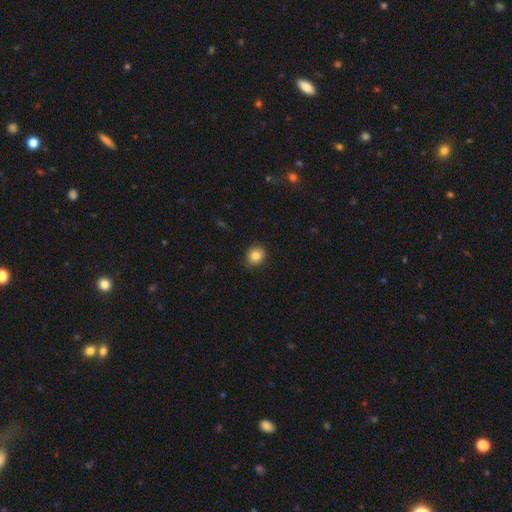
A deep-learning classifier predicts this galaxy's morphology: smooth 85%, star or artifact 10%, featured or disk 6%. Down the decision tree: how rounded — round (77%); merging — none (88%).